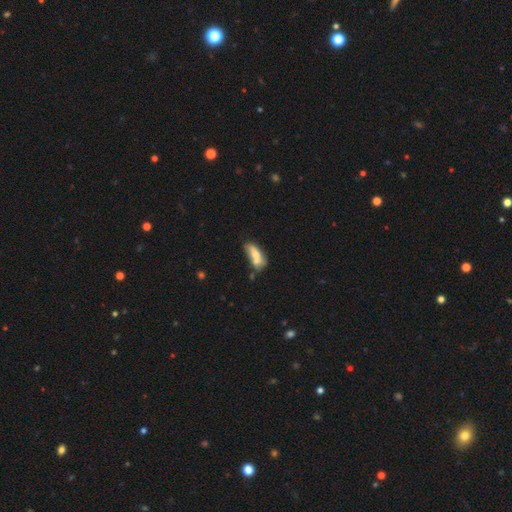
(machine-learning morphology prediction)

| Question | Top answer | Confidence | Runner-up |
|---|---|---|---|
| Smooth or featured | smooth | 61% | featured or disk (30%) |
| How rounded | in between | 76% | cigar-shaped (20%) |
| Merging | merger | 42% | none (29%) |